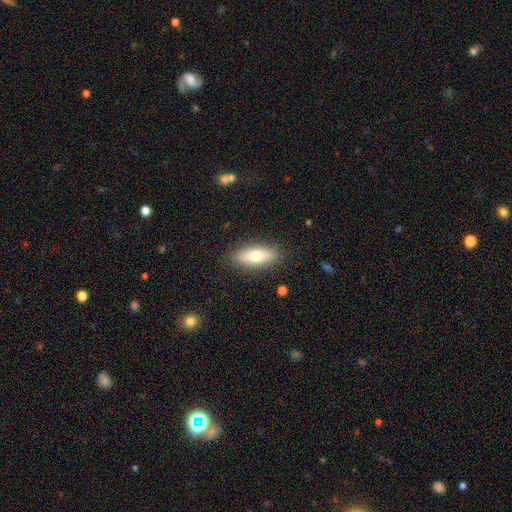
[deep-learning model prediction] Q: Smooth or featured?
A: smooth (70%); runner-up: featured or disk (24%)
Q: How rounded?
A: in between (70%); runner-up: cigar-shaped (27%)
Q: Merging?
A: none (87%); runner-up: minor disturbance (10%)